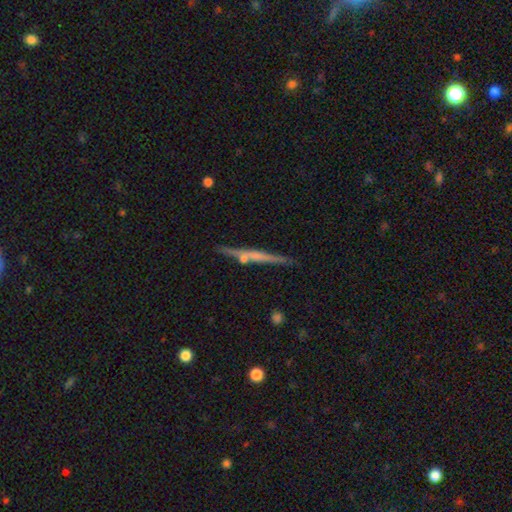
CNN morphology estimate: Smooth or featured? featured or disk (60%)
Edge-on disk? yes (97%)
Edge-on bulge? none (54%)
Merging? none (81%)